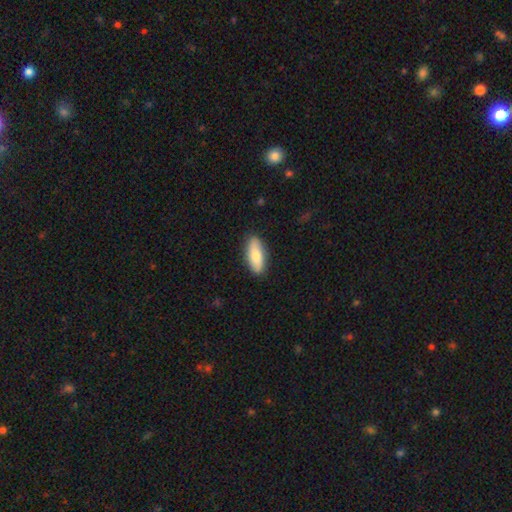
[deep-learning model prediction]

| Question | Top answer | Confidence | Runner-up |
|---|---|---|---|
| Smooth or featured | smooth | 77% | featured or disk (18%) |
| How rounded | in between | 74% | cigar-shaped (23%) |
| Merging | none | 87% | minor disturbance (10%) |